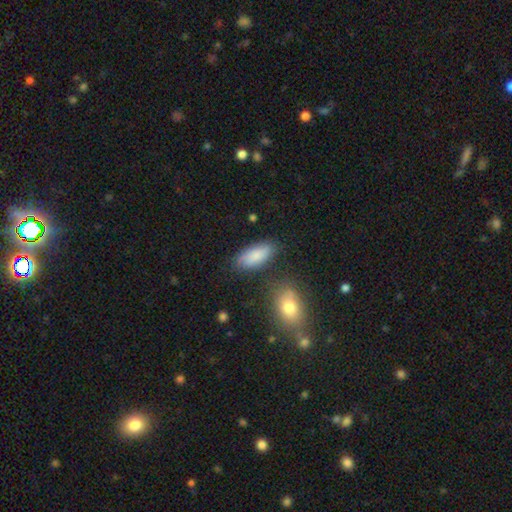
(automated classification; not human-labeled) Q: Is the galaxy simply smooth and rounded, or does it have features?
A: smooth — 81%.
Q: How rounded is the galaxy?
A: in between — 84%.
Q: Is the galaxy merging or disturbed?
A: none — 71%.